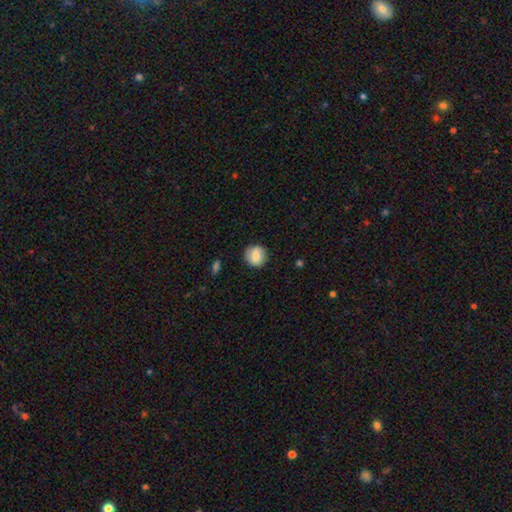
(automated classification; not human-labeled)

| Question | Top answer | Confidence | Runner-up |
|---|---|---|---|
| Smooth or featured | smooth | 78% | featured or disk (15%) |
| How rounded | round | 89% | in between (9%) |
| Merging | none | 87% | minor disturbance (10%) |